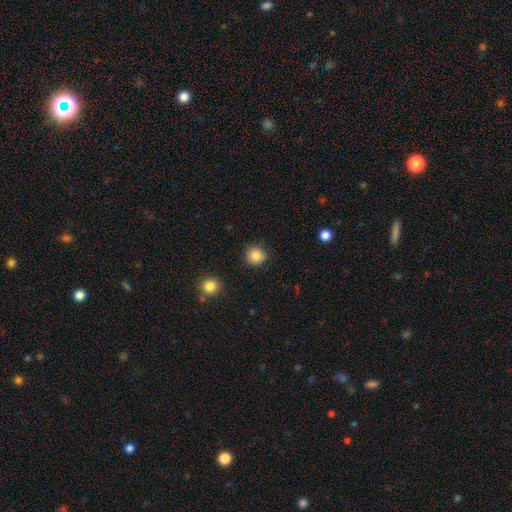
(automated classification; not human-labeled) Overall: smooth (86%). How rounded: round (92%). Merging: none (87%).